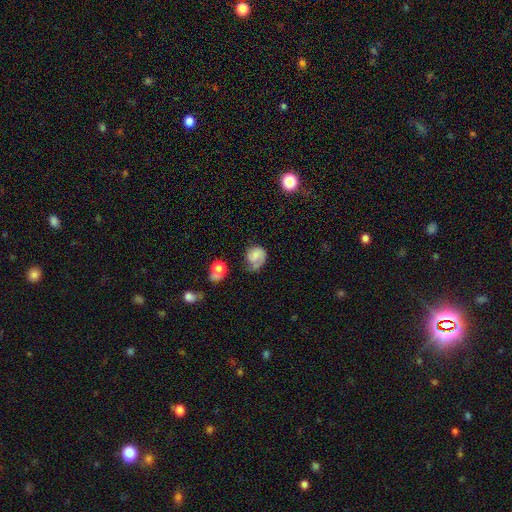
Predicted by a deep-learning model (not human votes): smooth_or_featured: smooth (p=0.53) [alt: featured or disk p=0.38]
how_rounded: round (p=0.61) [alt: in between p=0.38]
merging: none (p=0.39) [alt: minor disturbance p=0.28]